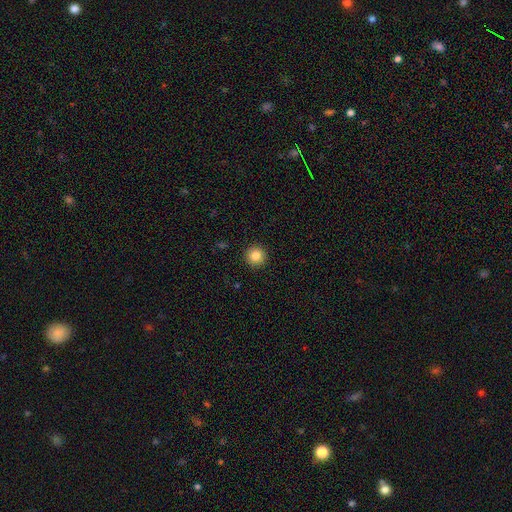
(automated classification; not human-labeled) A smooth galaxy with no disk features (83%) that is round (96%). Merging: none (93%).